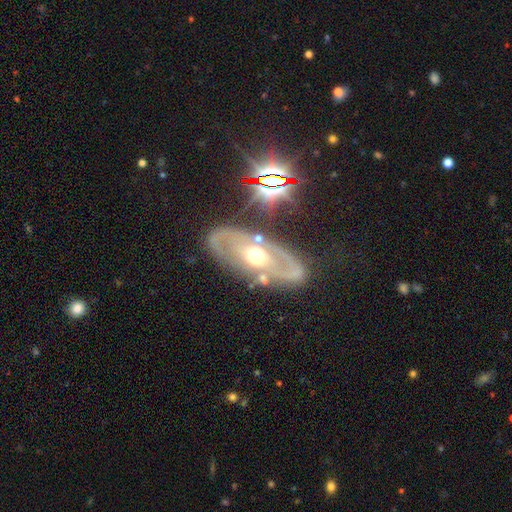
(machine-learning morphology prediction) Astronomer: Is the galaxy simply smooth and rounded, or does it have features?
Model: featured or disk — 78%.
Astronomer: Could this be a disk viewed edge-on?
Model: no — 89%.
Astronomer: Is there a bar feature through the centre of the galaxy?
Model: no — 74%.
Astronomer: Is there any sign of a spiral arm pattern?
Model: yes — 66%.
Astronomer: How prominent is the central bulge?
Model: moderate — 73%.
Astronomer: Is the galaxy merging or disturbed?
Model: none — 69%.